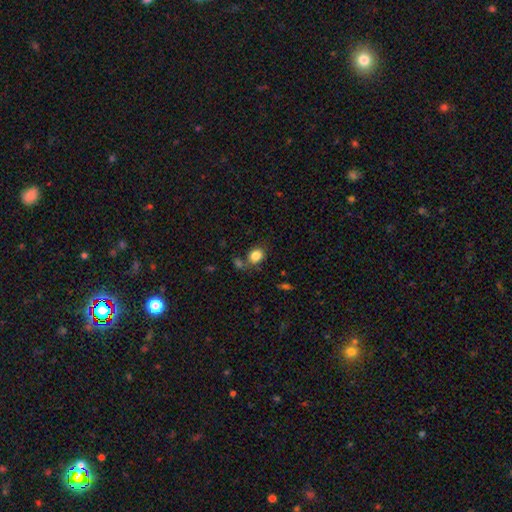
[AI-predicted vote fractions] This appears to be a smooth galaxy with no disk features (83%) that is round (52%). Merging: none (65%).